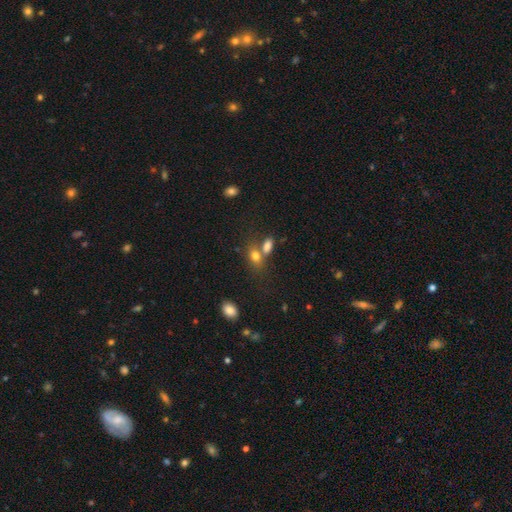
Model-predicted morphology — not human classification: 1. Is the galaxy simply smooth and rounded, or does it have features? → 77% smooth, 12% star or artifact, 11% featured or disk.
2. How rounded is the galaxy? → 75% in between, 20% round, 4% cigar-shaped.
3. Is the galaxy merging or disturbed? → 42% merger, 41% none, 11% minor disturbance, 5% major disturbance.